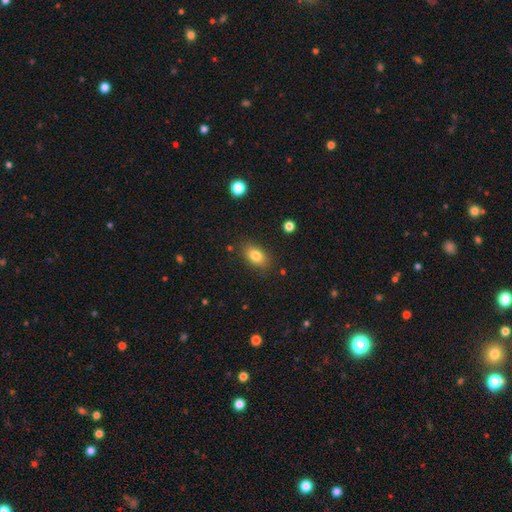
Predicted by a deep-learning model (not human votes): Smooth or featured? smooth (81%)
How rounded? in between (85%)
Merging? none (84%)